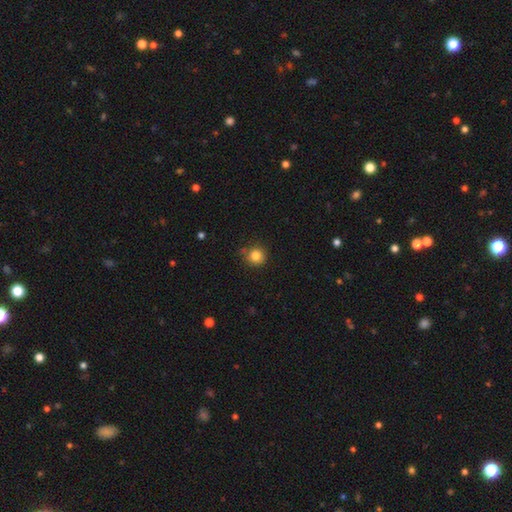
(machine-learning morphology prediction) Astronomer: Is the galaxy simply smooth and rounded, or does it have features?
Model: smooth — 83%.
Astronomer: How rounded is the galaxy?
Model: round — 92%.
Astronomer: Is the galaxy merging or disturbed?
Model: none — 78%.